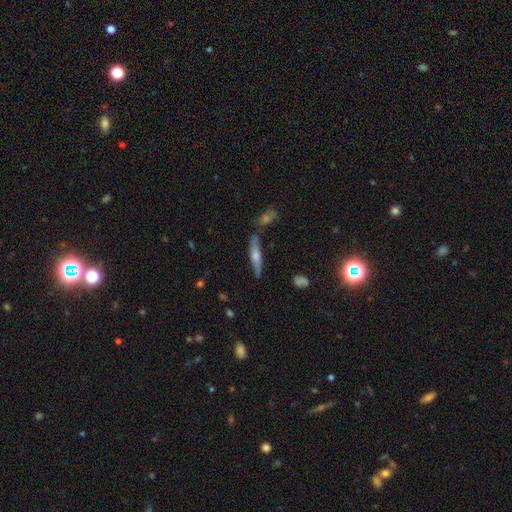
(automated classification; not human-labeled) smooth-or-featured: featured or disk: 50% | smooth: 43% | star or artifact: 6%
  disk-edge-on: yes: 87% | no: 13%
  merging: none: 73% | minor disturbance: 17% | merger: 7% | major disturbance: 4%